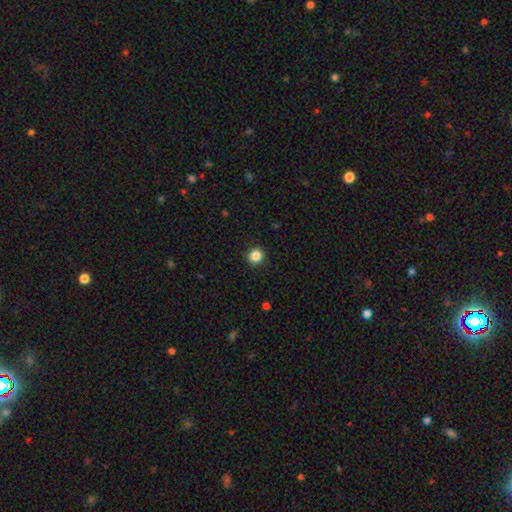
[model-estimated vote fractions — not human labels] Smooth or featured? smooth (86%)
How rounded? round (91%)
Merging? none (92%)